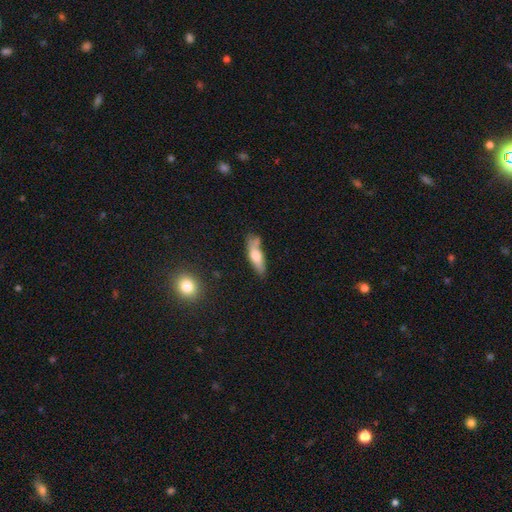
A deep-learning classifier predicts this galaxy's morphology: Q: Smooth or featured?
A: smooth (62%); runner-up: featured or disk (31%)
Q: How rounded?
A: cigar-shaped (57%); runner-up: in between (40%)
Q: Merging?
A: none (55%); runner-up: minor disturbance (26%)